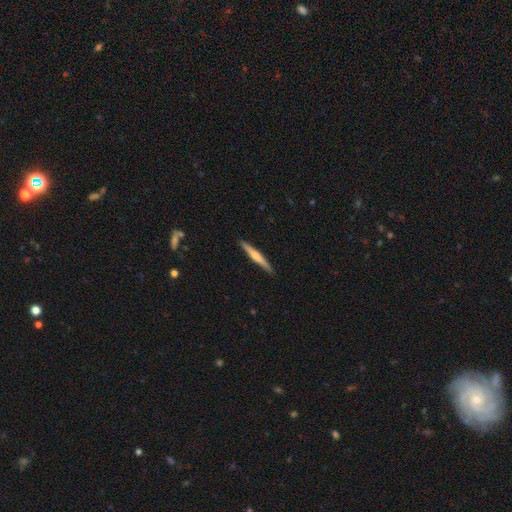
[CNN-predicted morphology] type=featured or disk (51%); edge-on=yes (97%); edge-on bulge=rounded (66%); merging=none (91%).